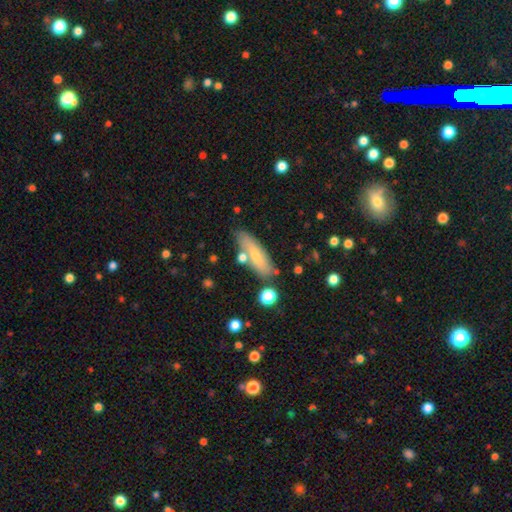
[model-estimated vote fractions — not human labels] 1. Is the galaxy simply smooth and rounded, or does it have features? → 69% smooth, 24% featured or disk, 7% star or artifact.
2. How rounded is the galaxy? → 54% cigar-shaped, 43% in between, 2% round.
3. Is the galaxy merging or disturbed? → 75% none, 14% minor disturbance, 7% merger, 4% major disturbance.